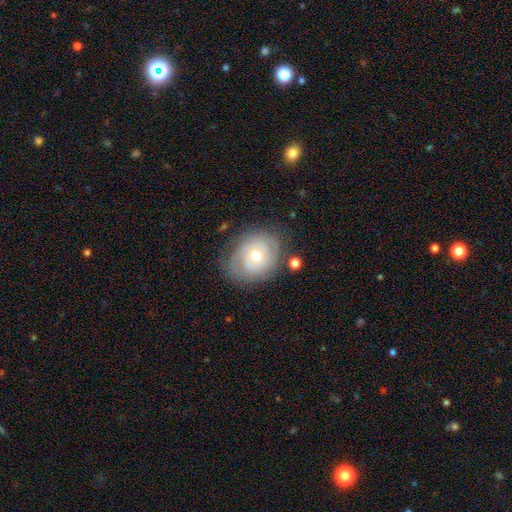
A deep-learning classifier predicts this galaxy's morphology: featured or disk 56%, smooth 36%, star or artifact 8%. Down the decision tree: edge-on disk — no (96%); bar — no (83%); spiral arms — yes (66%); bulge size — moderate (59%); merging — none (71%).